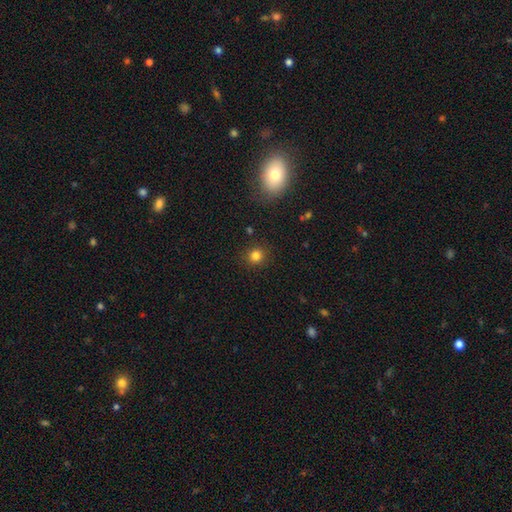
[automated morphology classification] Smooth or featured?
  - smooth: 81% *
  - star or artifact: 14%
  - featured or disk: 5%
How rounded?
  - round: 89% *
  - in between: 10%
  - cigar-shaped: 1%
Merging?
  - none: 88% *
  - minor disturbance: 8%
  - major disturbance: 3%
  - merger: 2%